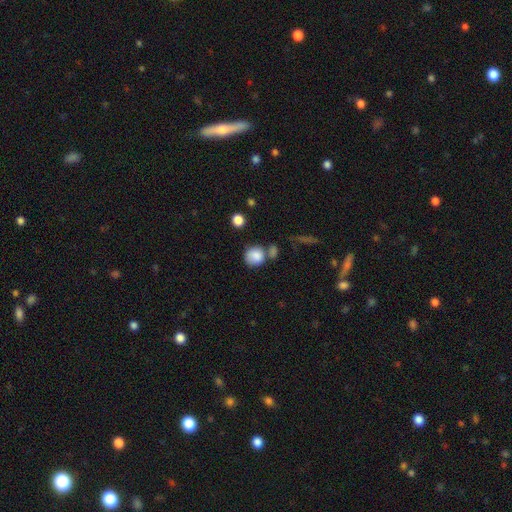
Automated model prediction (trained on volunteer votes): A smooth galaxy with no disk features (84%) that is round (82%).

Vote fractions:
- Smooth or featured? smooth: 84% / star or artifact: 9% / featured or disk: 7%
- How rounded? round: 82% / in between: 17% / cigar-shaped: 1%
- Merging? none: 54% / merger: 23% / minor disturbance: 16% / major disturbance: 7%